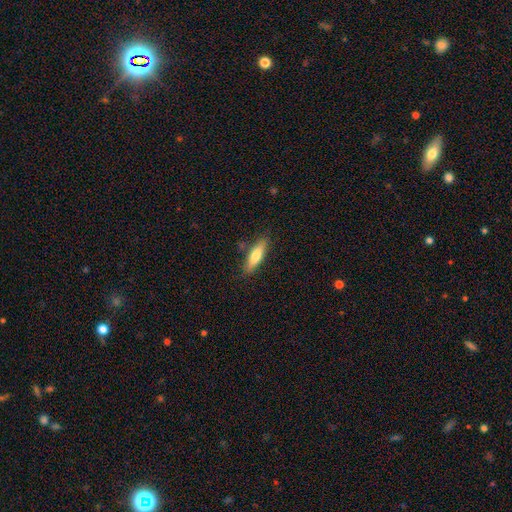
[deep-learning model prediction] smooth-or-featured: smooth: 72% | featured or disk: 22% | star or artifact: 6%
  how-rounded: cigar-shaped: 61% | in between: 37% | round: 2%
  merging: none: 84% | minor disturbance: 11% | merger: 3% | major disturbance: 2%